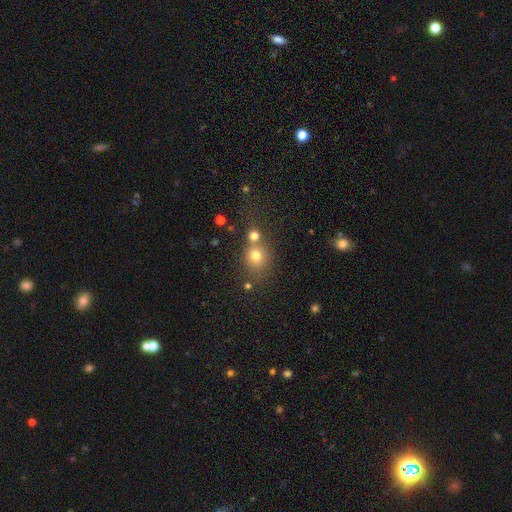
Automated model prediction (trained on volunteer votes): smooth-or-featured: smooth: 72% | star or artifact: 17% | featured or disk: 11%
  how-rounded: round: 80% | in between: 19% | cigar-shaped: 1%
  merging: none: 53% | merger: 33% | minor disturbance: 9% | major disturbance: 5%